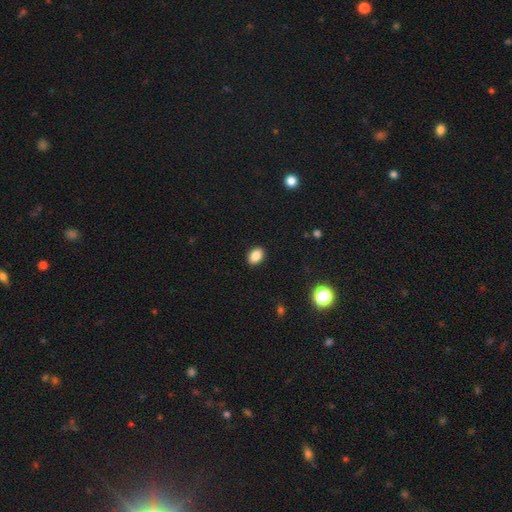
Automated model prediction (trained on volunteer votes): smooth_or_featured: smooth (p=0.86) [alt: star or artifact p=0.09]
how_rounded: in between (p=0.78) [alt: round p=0.20]
merging: none (p=0.90) [alt: minor disturbance p=0.07]